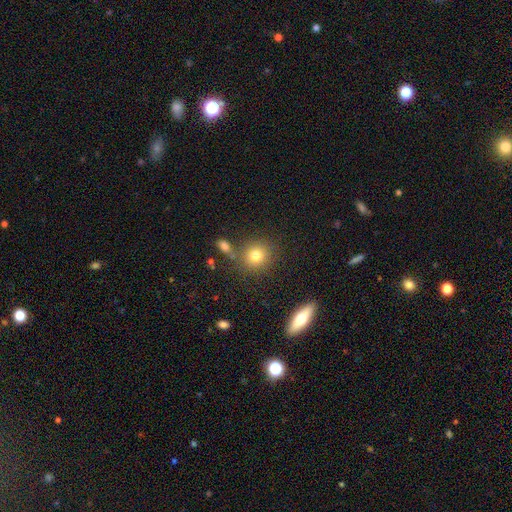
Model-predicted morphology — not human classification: smooth-or-featured: smooth: 78% | star or artifact: 13% | featured or disk: 10%
  how-rounded: round: 86% | in between: 13% | cigar-shaped: 1%
  merging: none: 78% | minor disturbance: 10% | merger: 9% | major disturbance: 4%